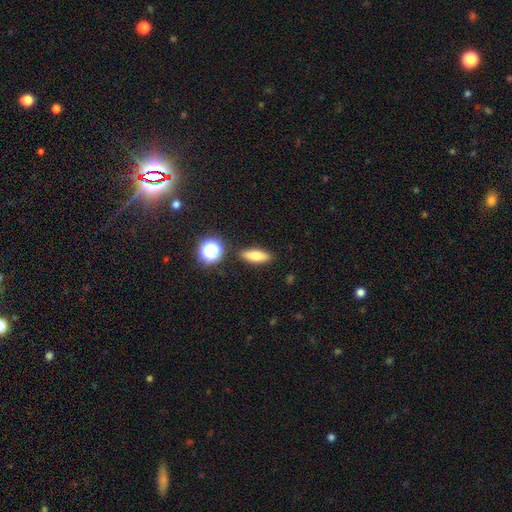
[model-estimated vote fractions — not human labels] Overall: smooth (72%). How rounded: in between (53%; cigar-shaped 40%). Merging: none (85%).